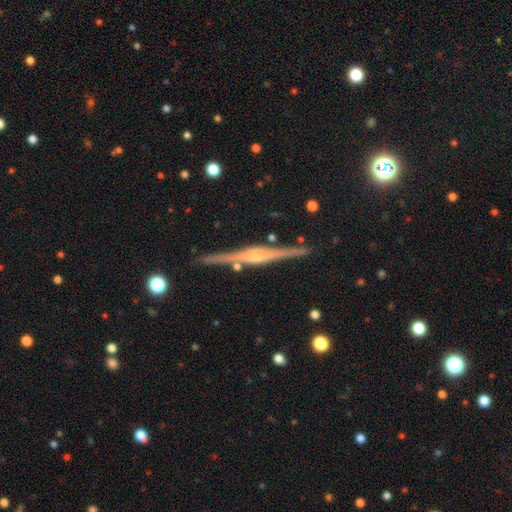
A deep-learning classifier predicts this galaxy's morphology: Smooth or featured? Predicted: featured or disk (p=0.85). Edge-on disk? Predicted: yes (p=0.98). Edge-on bulge? Predicted: rounded (p=0.66). Merging? Predicted: none (p=0.89).